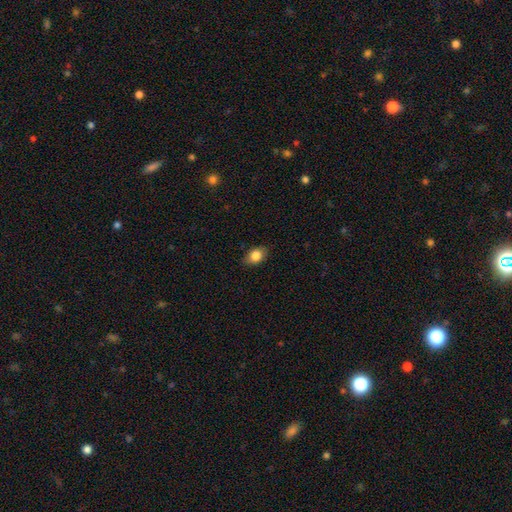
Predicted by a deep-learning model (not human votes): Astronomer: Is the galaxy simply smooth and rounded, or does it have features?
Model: smooth — 84%.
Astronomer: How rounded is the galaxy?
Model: in between — 75%.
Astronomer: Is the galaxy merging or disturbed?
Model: none — 84%.